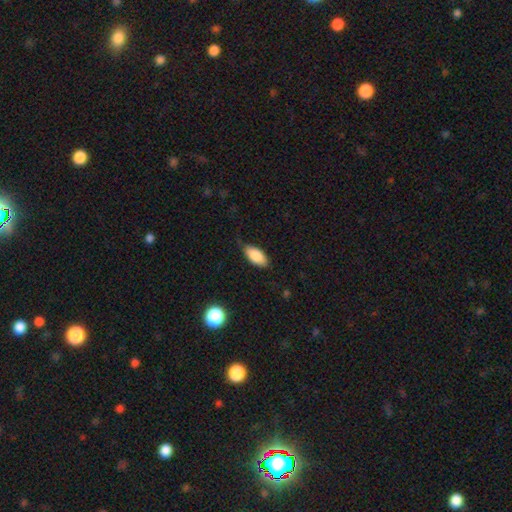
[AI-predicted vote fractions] This appears to be a smooth galaxy with no disk features (84%) that is in between round and cigar-shaped (89%). Merging: none (76%).